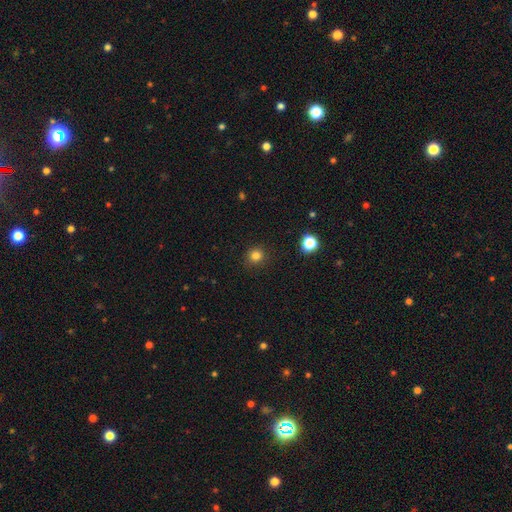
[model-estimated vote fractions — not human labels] This is clearly a smooth galaxy (82%). How rounded: clearly round (91%). Merging: clearly none (90%).